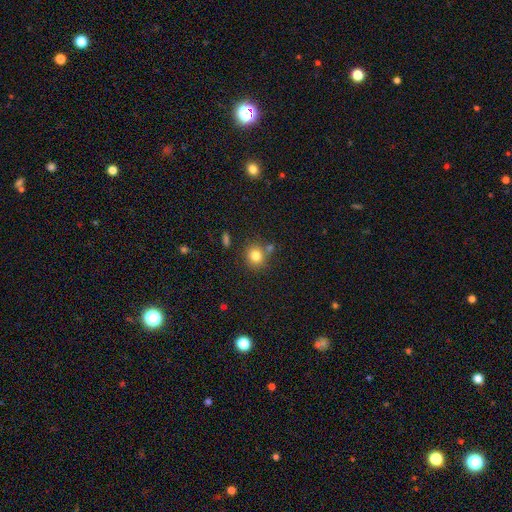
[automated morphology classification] smooth_or_featured: smooth (p=0.80) [alt: star or artifact p=0.12]
how_rounded: round (p=0.85) [alt: in between p=0.14]
merging: none (p=0.71) [alt: merger p=0.14]